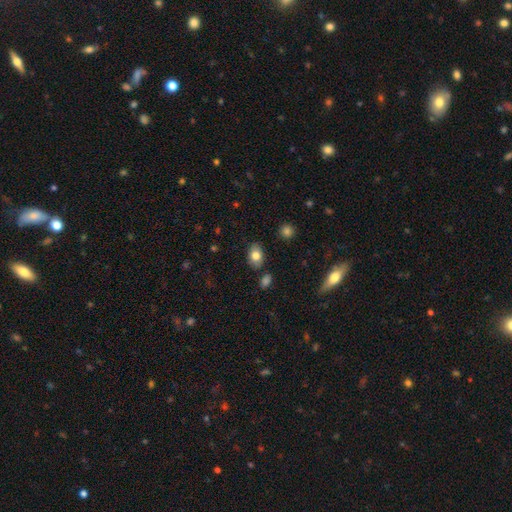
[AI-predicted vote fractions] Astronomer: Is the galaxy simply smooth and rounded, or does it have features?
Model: smooth — 79%.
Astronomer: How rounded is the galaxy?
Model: in between — 85%.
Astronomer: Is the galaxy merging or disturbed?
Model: none — 83%.